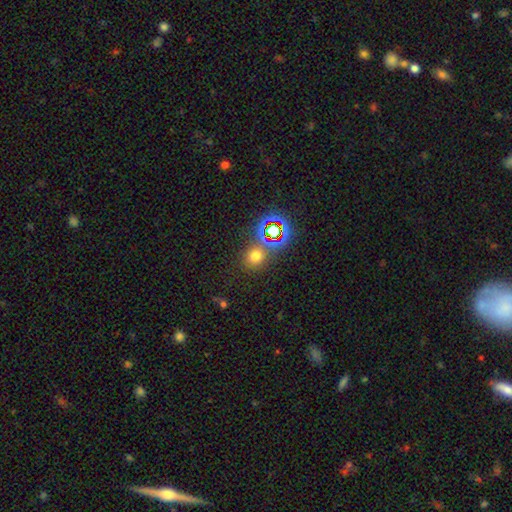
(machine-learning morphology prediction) The model was most divided on "smooth or featured": smooth: 62%, star or artifact: 30%, featured or disk: 7%. More confident: how rounded — round (79%); merging — none (75%).